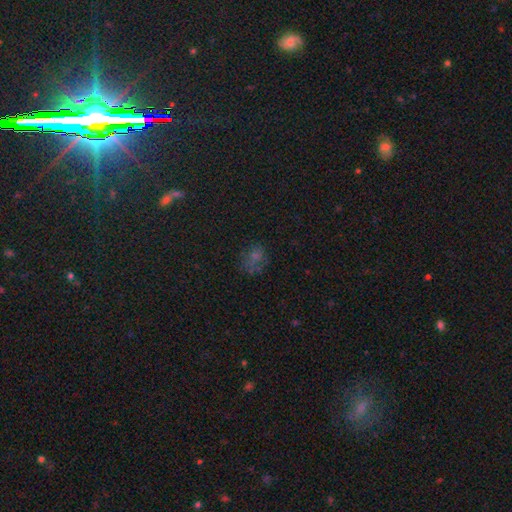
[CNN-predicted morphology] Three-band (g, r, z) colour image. It shows a smooth galaxy with no disk features (47%). Merging: none (53%).